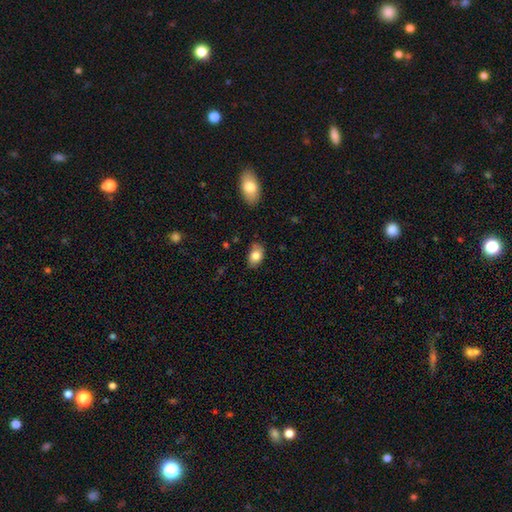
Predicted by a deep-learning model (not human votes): A smooth galaxy with no disk features (81%) that is in between round and cigar-shaped (83%).

Vote fractions:
- Smooth or featured? smooth: 81% / featured or disk: 11% / star or artifact: 8%
- How rounded? in between: 83% / round: 16% / cigar-shaped: 1%
- Merging? none: 71% / minor disturbance: 23% / major disturbance: 4% / merger: 2%